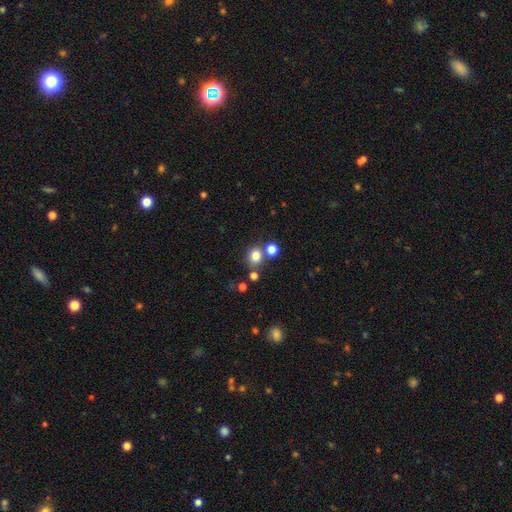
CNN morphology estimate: type=smooth (78%); roundness=round (76%); merging=none (67%).